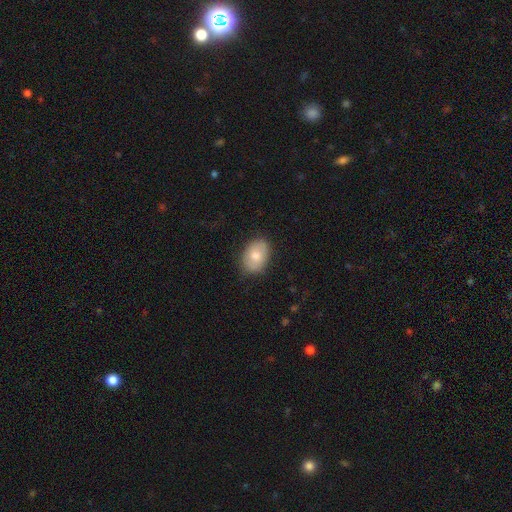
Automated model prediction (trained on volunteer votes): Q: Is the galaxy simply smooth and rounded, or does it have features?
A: smooth — 73%.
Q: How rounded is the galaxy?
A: in between — 79%.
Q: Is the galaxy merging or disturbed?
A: none — 82%.